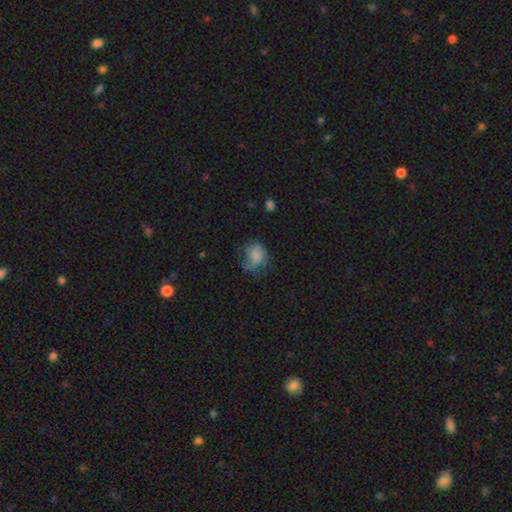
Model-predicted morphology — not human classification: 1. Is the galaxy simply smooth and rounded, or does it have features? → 71% smooth, 17% featured or disk, 12% star or artifact.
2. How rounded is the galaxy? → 55% round, 44% in between, 1% cigar-shaped.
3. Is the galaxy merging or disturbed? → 47% none, 29% minor disturbance, 21% major disturbance, 3% merger.